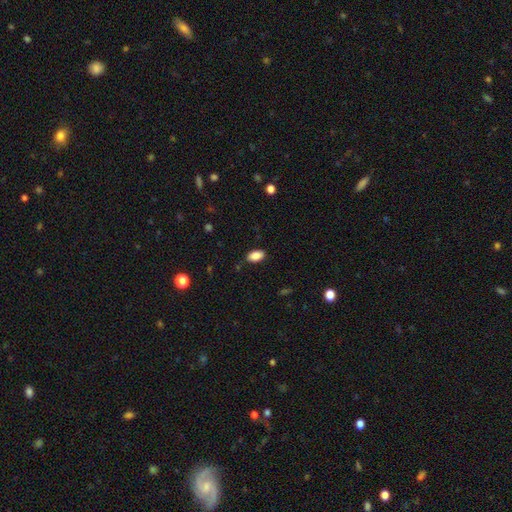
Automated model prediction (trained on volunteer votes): A smooth galaxy with no disk features (88%) that is in between round and cigar-shaped (93%). Merging: none (87%).